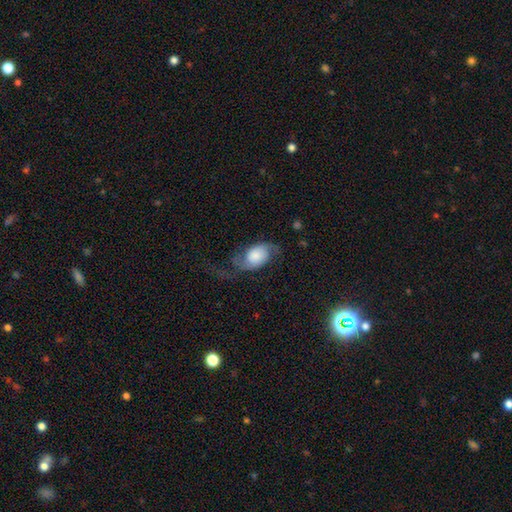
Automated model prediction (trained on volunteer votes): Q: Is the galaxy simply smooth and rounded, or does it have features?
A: featured or disk — 57%.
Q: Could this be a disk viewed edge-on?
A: no — 96%.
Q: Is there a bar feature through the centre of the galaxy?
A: no — 71%.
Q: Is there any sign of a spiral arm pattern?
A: yes — 90%.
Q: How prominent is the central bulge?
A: large — 34%.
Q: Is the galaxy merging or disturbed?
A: none — 43%.